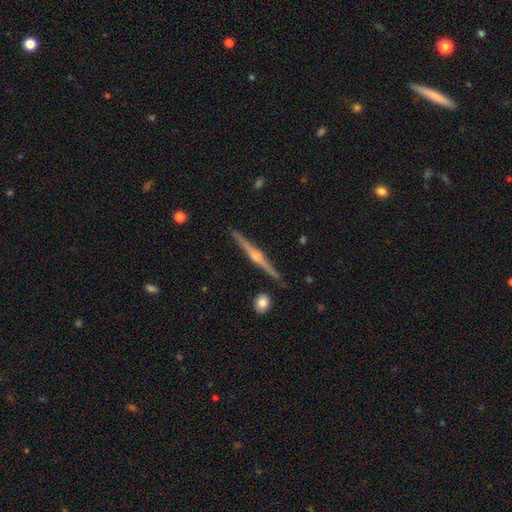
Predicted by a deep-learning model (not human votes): smooth-or-featured: featured or disk: 85% | smooth: 10% | star or artifact: 5%
  disk-edge-on: yes: 99% | no: 1%
    edge-on-bulge: rounded: 90% | boxy: 6% | none: 5%
  merging: none: 91% | minor disturbance: 6% | merger: 2% | major disturbance: 1%